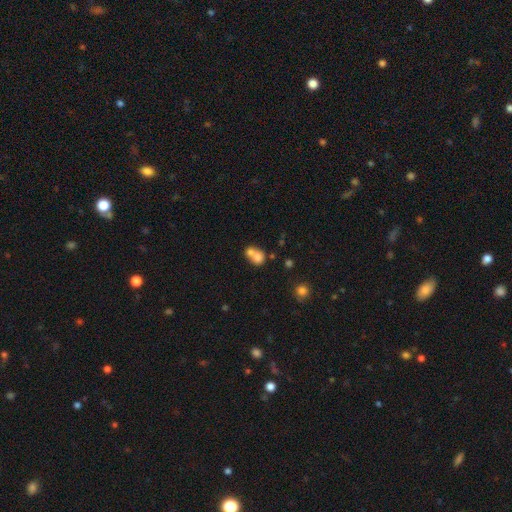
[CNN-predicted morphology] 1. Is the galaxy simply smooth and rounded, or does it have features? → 74% smooth, 15% featured or disk, 10% star or artifact.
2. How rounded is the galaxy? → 66% round, 33% in between, 1% cigar-shaped.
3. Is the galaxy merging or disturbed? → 65% merger, 25% none, 6% minor disturbance, 4% major disturbance.